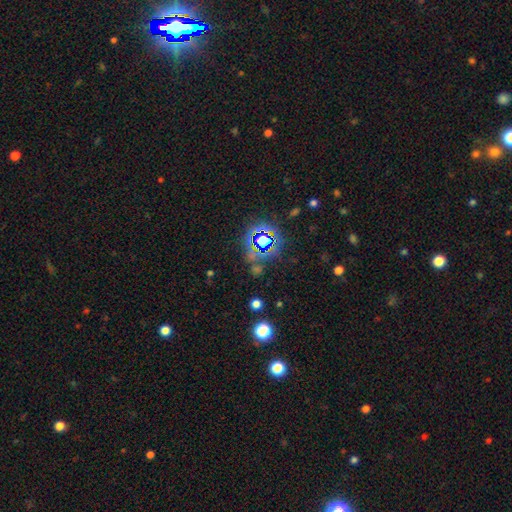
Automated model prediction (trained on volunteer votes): smooth-or-featured: star or artifact: 76% | smooth: 15% | featured or disk: 9%